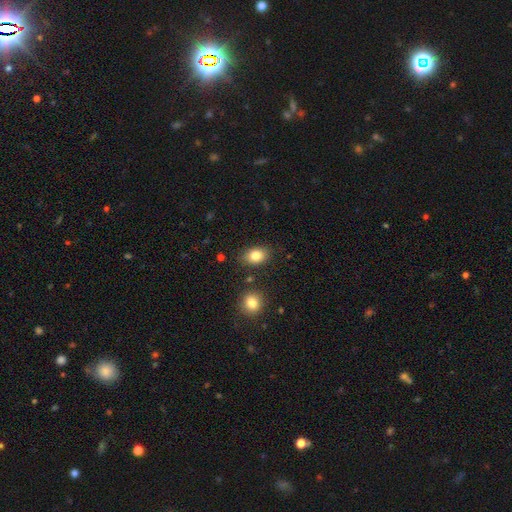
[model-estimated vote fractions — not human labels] Smooth or featured? smooth (82%)
How rounded? in between (74%)
Merging? none (84%)